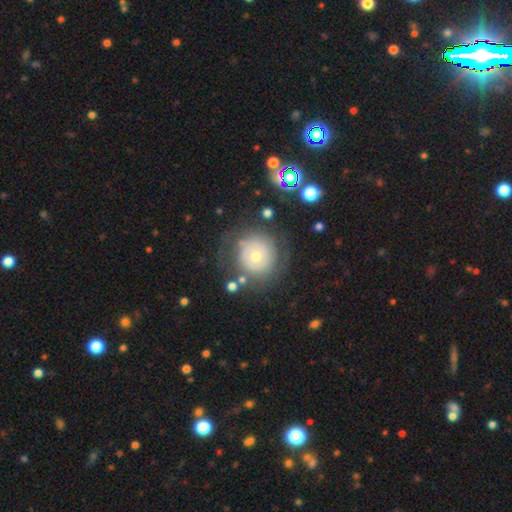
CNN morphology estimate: This is possibly a featured or disk galaxy (49%). Merging: likely none (70%).